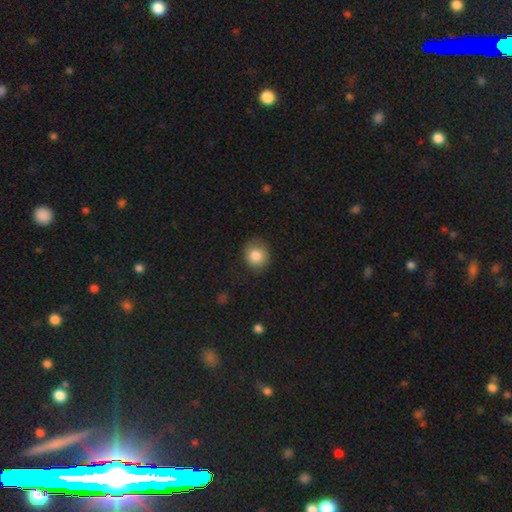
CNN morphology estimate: The model was most divided on "merging": none: 79%, minor disturbance: 15%, major disturbance: 4%, merger: 1%. More confident: smooth or featured — smooth (84%); how rounded — round (83%).